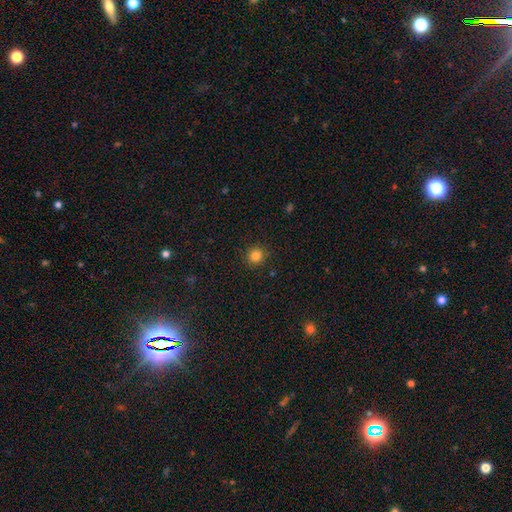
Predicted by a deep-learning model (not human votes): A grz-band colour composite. It shows a smooth galaxy with no disk features (84%) that is round (93%). Merging: none (90%).